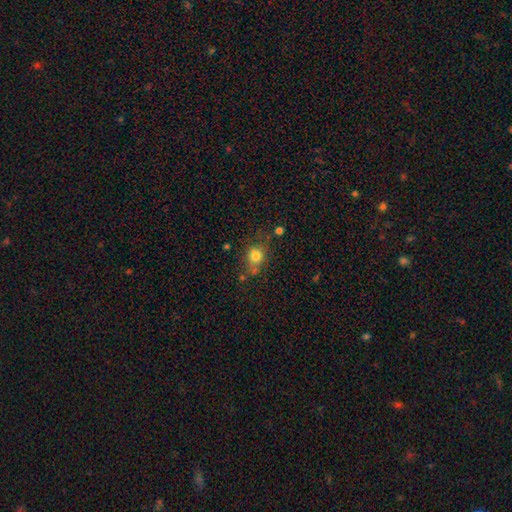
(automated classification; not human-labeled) Morphology: type=smooth (78%); roundness=round (64%); merging=none (59%).